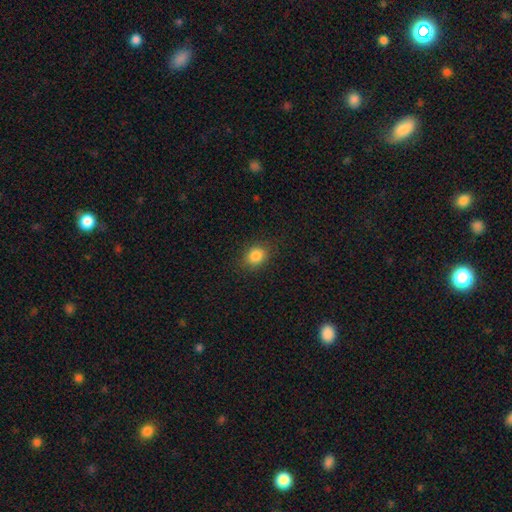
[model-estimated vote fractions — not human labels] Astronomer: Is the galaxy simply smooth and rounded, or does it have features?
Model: smooth — 85%.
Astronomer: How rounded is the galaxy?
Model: round — 50% (runner-up: in between, 49%).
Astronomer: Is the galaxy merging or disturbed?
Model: none — 86%.